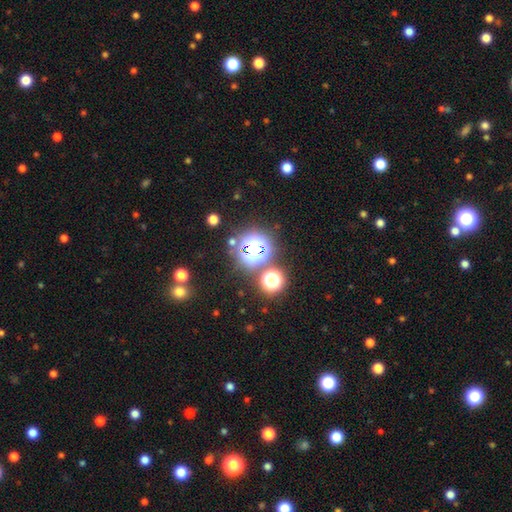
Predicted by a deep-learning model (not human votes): smooth-or-featured: star or artifact: 69% | smooth: 22% | featured or disk: 9%